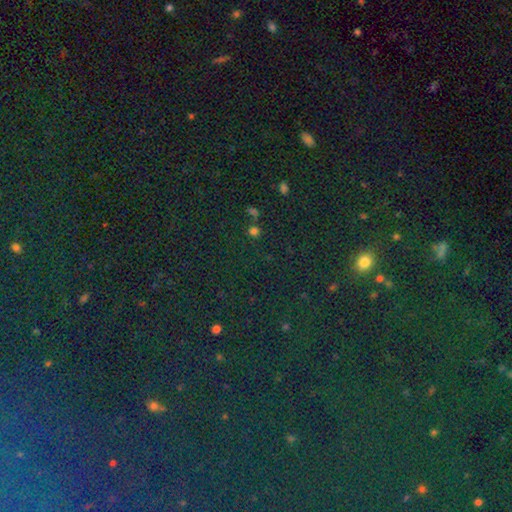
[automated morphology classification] This appears to be a star or artifact, not a galaxy (78%).